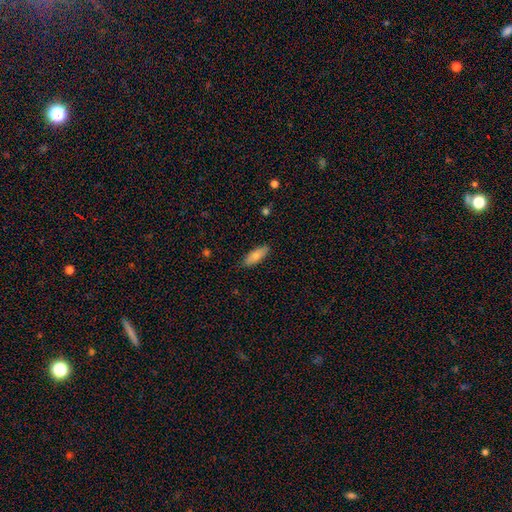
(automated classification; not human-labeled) This is likely a smooth galaxy (79%). How rounded: likely in between (66%). Merging: clearly none (86%).